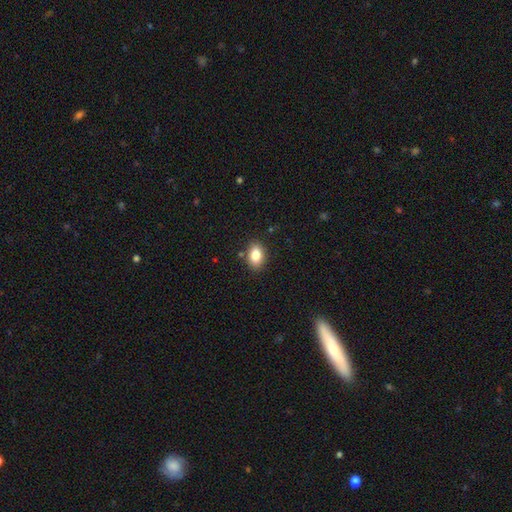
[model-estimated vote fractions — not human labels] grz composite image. It shows a smooth galaxy with no disk features (85%) that is in between round and cigar-shaped (81%). Merging: none (86%).